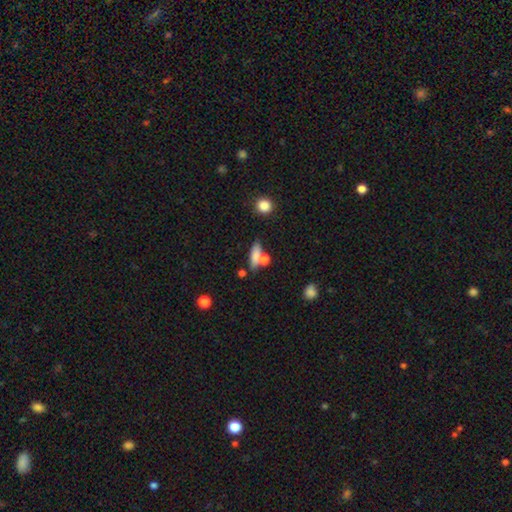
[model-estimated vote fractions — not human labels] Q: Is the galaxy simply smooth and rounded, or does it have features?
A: smooth — 72%.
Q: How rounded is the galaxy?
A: cigar-shaped — 54%.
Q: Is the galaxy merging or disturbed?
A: none — 59%.